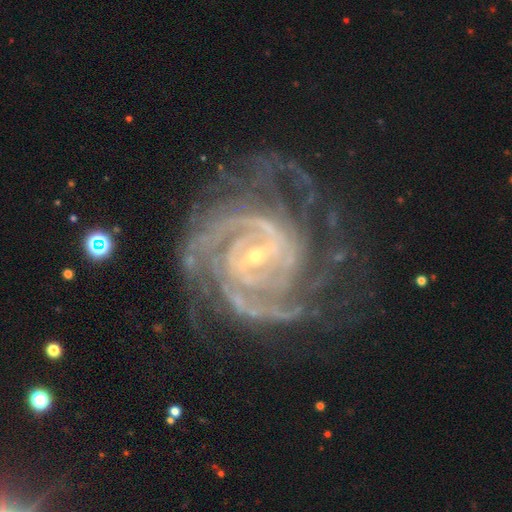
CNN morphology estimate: A featured or disk galaxy (93%) with a strong bar (44%), 2 (23%) tight (65%) spiral arms (99%) and a small central bulge (75%). Merging: none (68%).